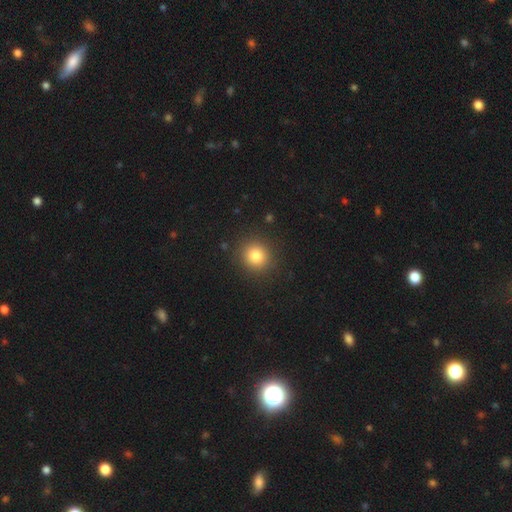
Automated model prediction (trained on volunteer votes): This appears to be a smooth galaxy with no disk features (81%) that is round (90%). Merging: none (90%).